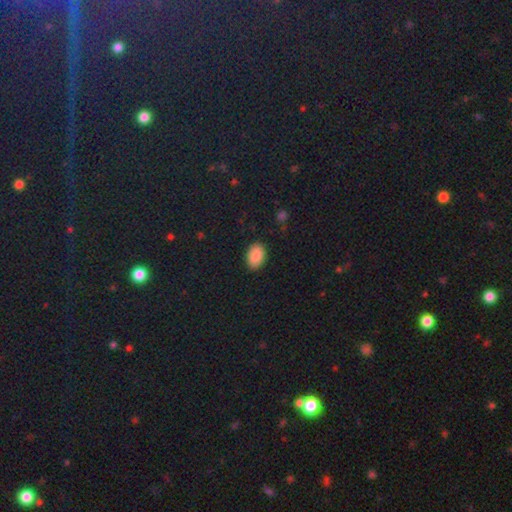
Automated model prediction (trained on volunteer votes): Smooth or featured? Predicted: smooth (p=0.89). How rounded? Predicted: in between (p=0.89). Merging? Predicted: none (p=0.87).